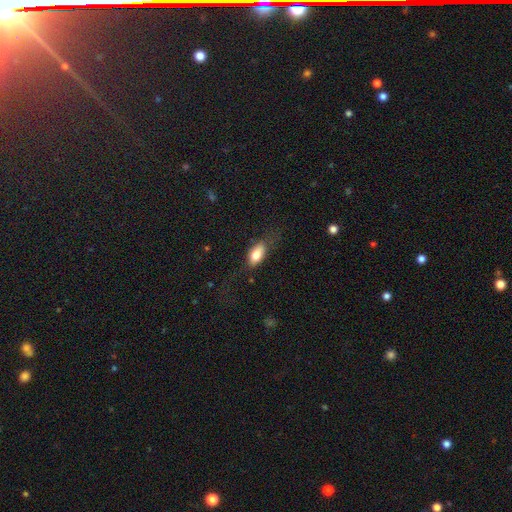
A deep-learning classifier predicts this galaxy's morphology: This appears to be a smooth galaxy with no disk features (75%) that is in between round and cigar-shaped (86%). Merging: none (65%).